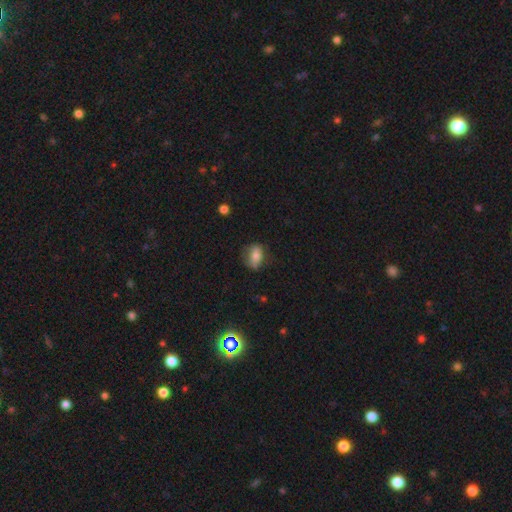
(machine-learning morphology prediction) smooth 71%, featured or disk 20%, star or artifact 9%. Down the decision tree: how rounded — in between (68%); merging — none (63%).